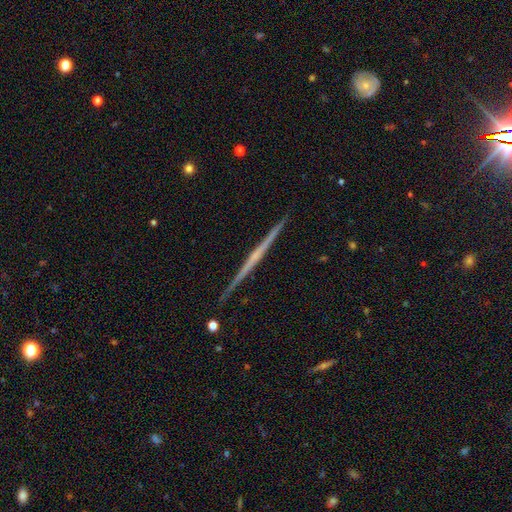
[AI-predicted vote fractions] A featured or disk galaxy (77%) viewed edge-on (99%) with no central bulge (63%).

Vote fractions:
- Smooth or featured? featured or disk: 77% / smooth: 17% / star or artifact: 6%
- Edge-on disk? yes: 99% / no: 1%
- Edge-on bulge? none: 63% / rounded: 30% / boxy: 8%
- Merging? none: 92% / minor disturbance: 6% / major disturbance: 1% / merger: 1%